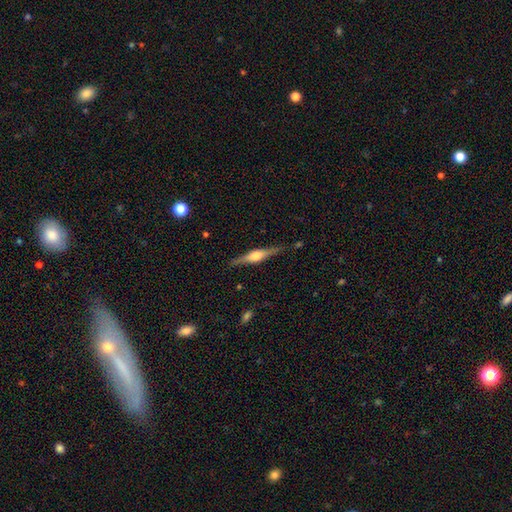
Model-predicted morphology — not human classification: A featured or disk galaxy (73%) viewed edge-on (97%) with a rounded central bulge (87%).

Vote fractions:
- Smooth or featured? featured or disk: 73% / smooth: 21% / star or artifact: 6%
- Edge-on disk? yes: 97% / no: 3%
- Edge-on bulge? rounded: 87% / boxy: 11% / none: 2%
- Merging? none: 86% / minor disturbance: 10% / major disturbance: 2% / merger: 1%